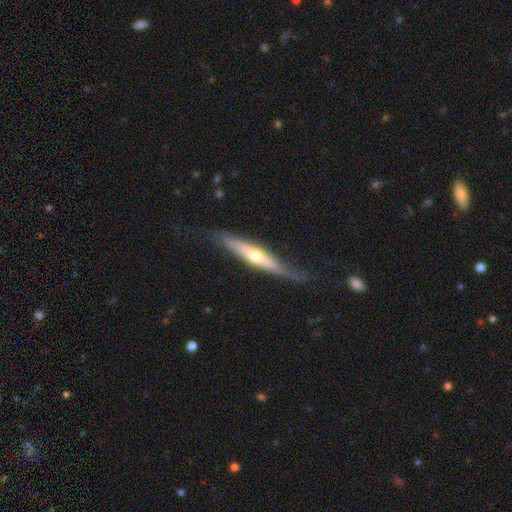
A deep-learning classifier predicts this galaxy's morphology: type=featured or disk (58%); edge-on=yes (85%); merging=none (70%).